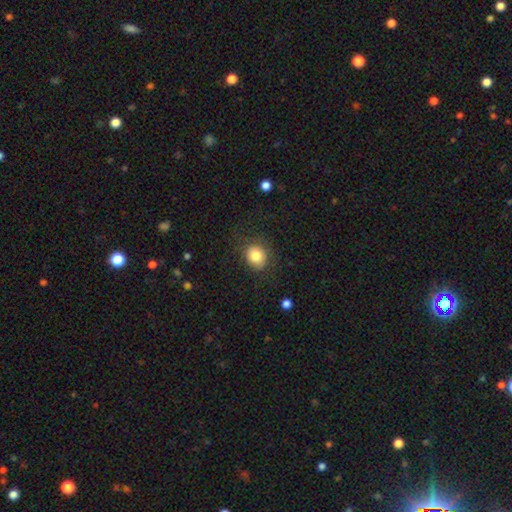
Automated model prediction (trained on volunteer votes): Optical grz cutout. It shows a smooth galaxy with no disk features (83%) that is round (75%). Merging: none (78%).